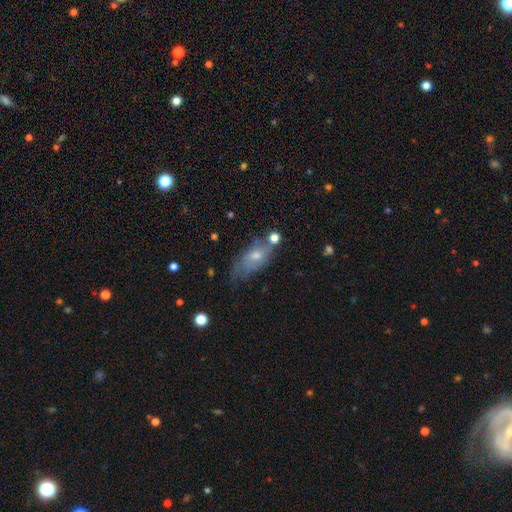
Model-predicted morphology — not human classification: Smooth or featured?
  - smooth: 48% *
  - featured or disk: 40%
  - star or artifact: 12%
Merging?
  - none: 48% *
  - minor disturbance: 29%
  - major disturbance: 13%
  - merger: 10%